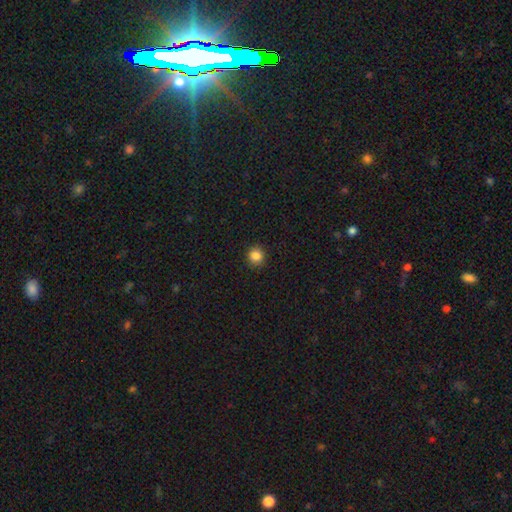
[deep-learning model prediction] Smooth or featured: smooth — 85% (star or artifact — 11%)
How rounded: round — 93% (in between — 6%)
Merging: none — 92% (minor disturbance — 5%)